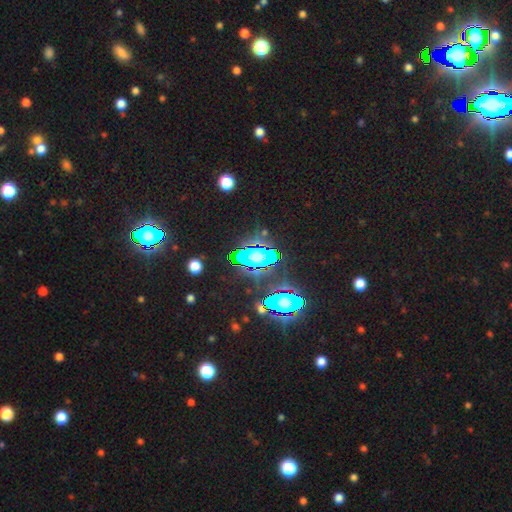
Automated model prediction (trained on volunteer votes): A star or artifact, not a galaxy (76%).

Vote fractions:
- Smooth or featured? star or artifact: 76% / smooth: 13% / featured or disk: 10%